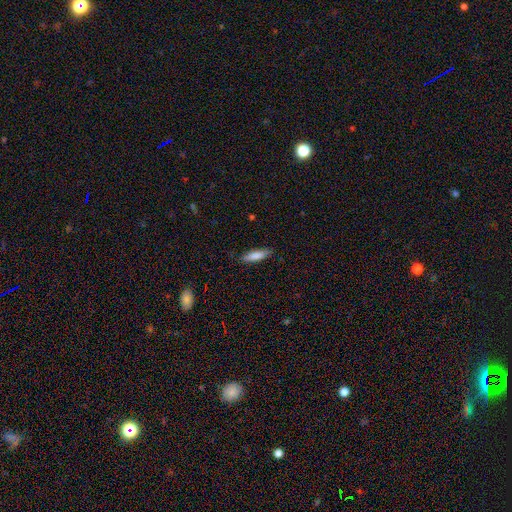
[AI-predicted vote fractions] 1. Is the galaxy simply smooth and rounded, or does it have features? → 82% smooth, 12% featured or disk, 6% star or artifact.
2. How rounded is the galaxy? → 63% cigar-shaped, 35% in between, 1% round.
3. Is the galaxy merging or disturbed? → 85% none, 12% minor disturbance, 2% major disturbance, 1% merger.